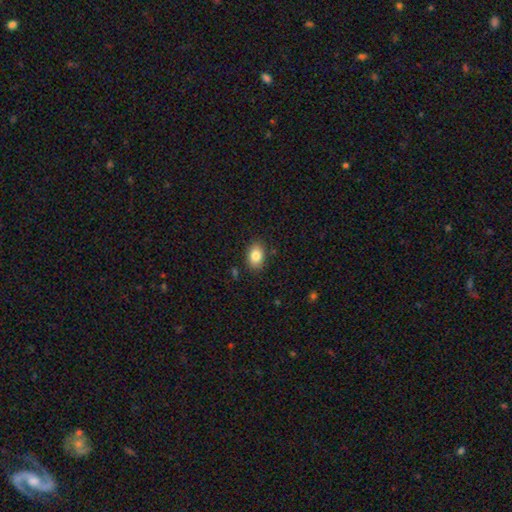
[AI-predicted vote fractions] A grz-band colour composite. It shows a smooth galaxy with no disk features (83%) that is in between round and cigar-shaped (81%). Merging: none (86%).